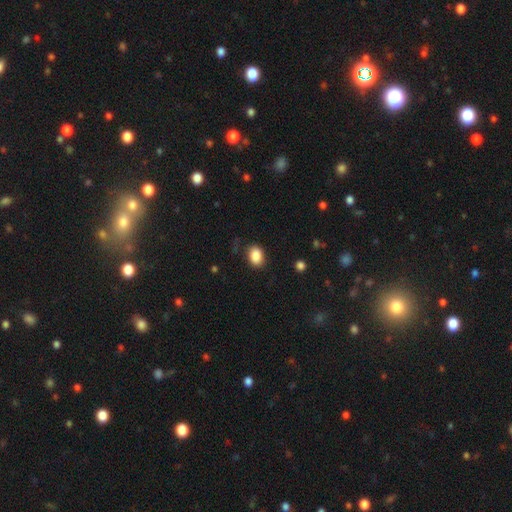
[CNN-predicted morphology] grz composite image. It shows a smooth galaxy with no disk features (87%) that is in between round and cigar-shaped (71%). Merging: none (84%).